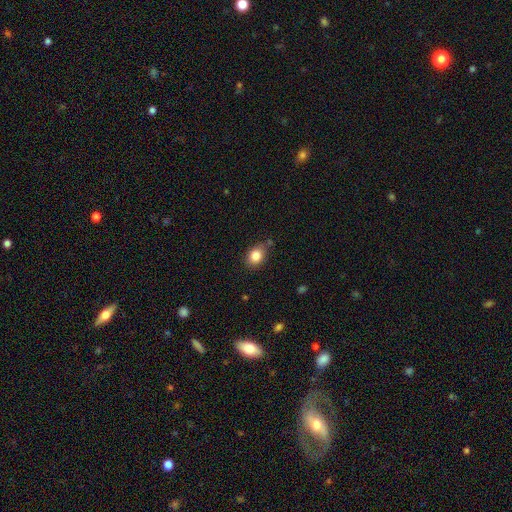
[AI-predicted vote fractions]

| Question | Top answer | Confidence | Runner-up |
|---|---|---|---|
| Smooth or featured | smooth | 84% | star or artifact (9%) |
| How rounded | in between | 54% | round (45%) |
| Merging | none | 73% | minor disturbance (19%) |